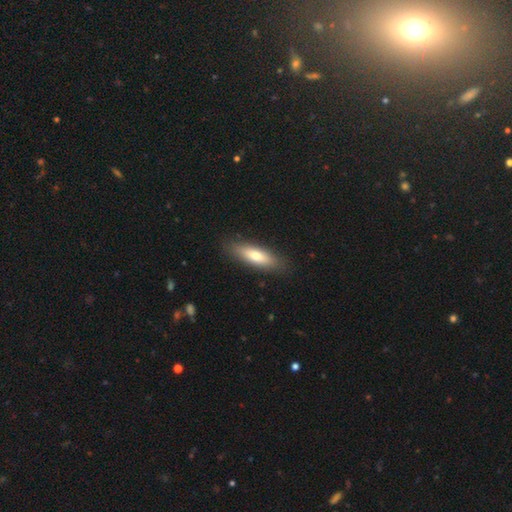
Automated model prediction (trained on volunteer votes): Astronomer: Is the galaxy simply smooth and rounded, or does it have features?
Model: smooth — 70%.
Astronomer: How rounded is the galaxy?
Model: cigar-shaped — 54% (runner-up: in between, 44%).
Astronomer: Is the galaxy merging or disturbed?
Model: none — 87%.